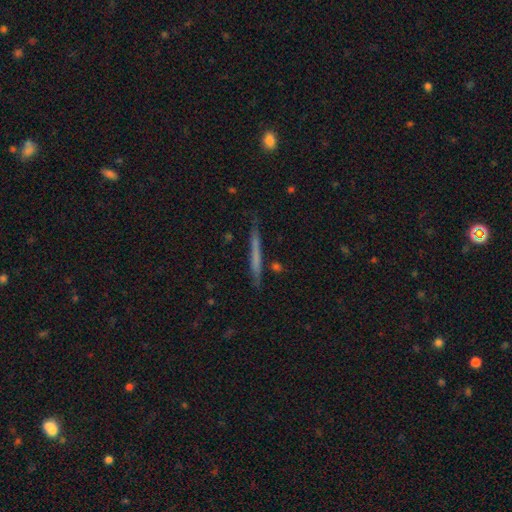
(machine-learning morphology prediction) Smooth or featured: smooth — 51% (featured or disk — 42%)
How rounded: cigar-shaped — 96% (in between — 2%)
Merging: none — 84% (minor disturbance — 11%)